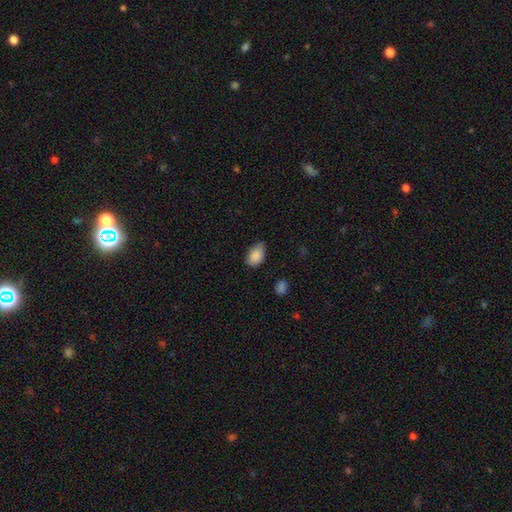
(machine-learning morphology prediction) The model was most divided on "merging": none: 67%, minor disturbance: 27%, major disturbance: 4%, merger: 2%. More confident: how rounded — in between (91%); smooth or featured — smooth (88%).